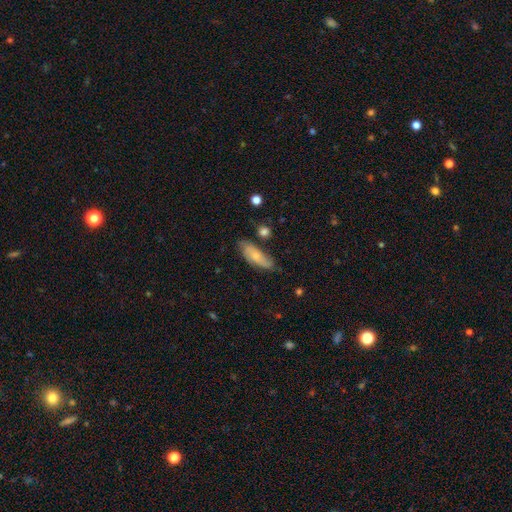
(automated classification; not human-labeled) This is possibly a smooth galaxy (59%). How rounded: likely in between (65%). Merging: likely none (69%).